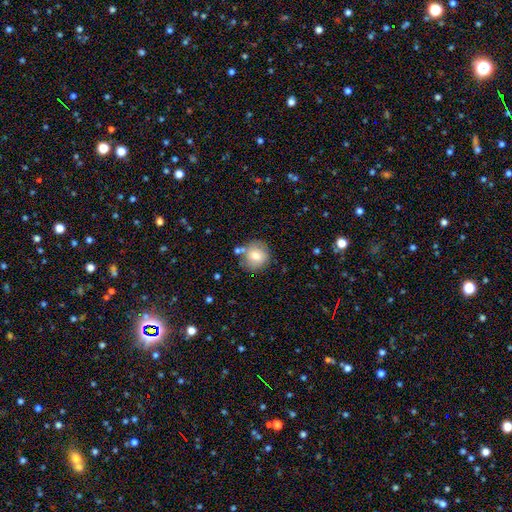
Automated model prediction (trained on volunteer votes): Smooth or featured? smooth (73%)
How rounded? round (89%)
Merging? none (71%)